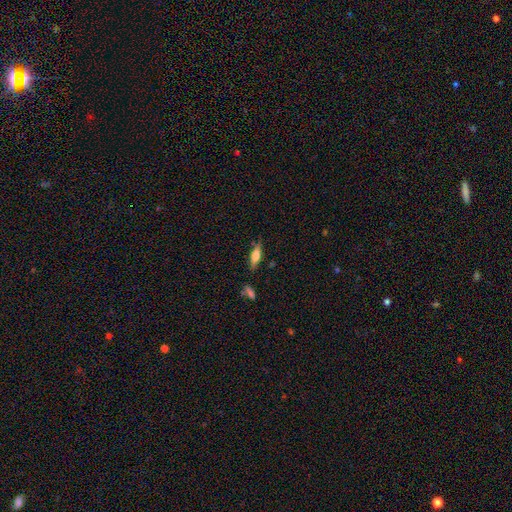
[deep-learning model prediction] A smooth galaxy with no disk features (52%) that is cigar-shaped (53%).

Vote fractions:
- Smooth or featured? smooth: 52% / featured or disk: 41% / star or artifact: 7%
- How rounded? cigar-shaped: 53% / in between: 44% / round: 3%
- Merging? none: 79% / minor disturbance: 14% / major disturbance: 4% / merger: 3%